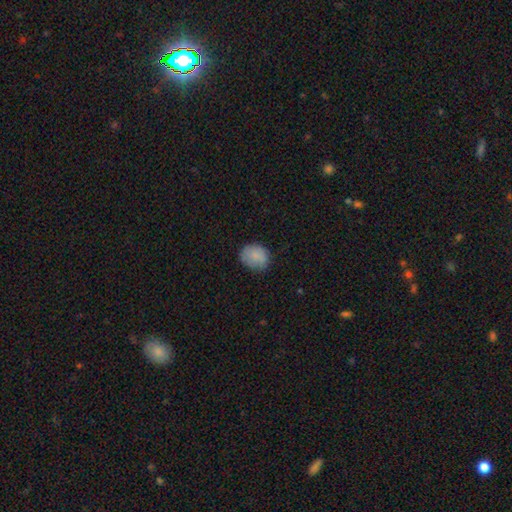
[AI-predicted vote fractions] Overall: smooth (83%). How rounded: round (60%; in between 40%). Merging: none (73%).